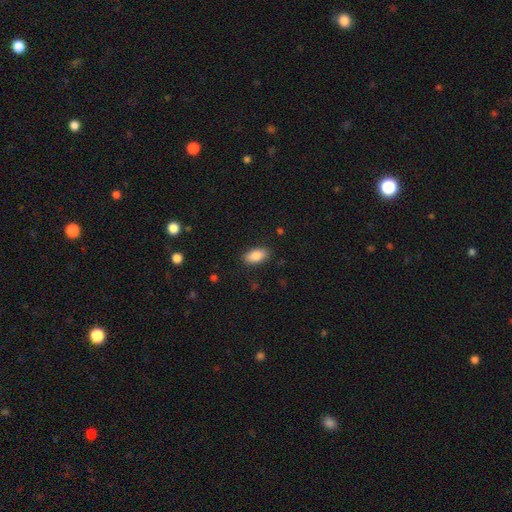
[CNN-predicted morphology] smooth_or_featured: smooth (p=0.85) [alt: featured or disk p=0.08]
how_rounded: in between (p=0.92) [alt: cigar-shaped p=0.04]
merging: none (p=0.87) [alt: minor disturbance p=0.09]